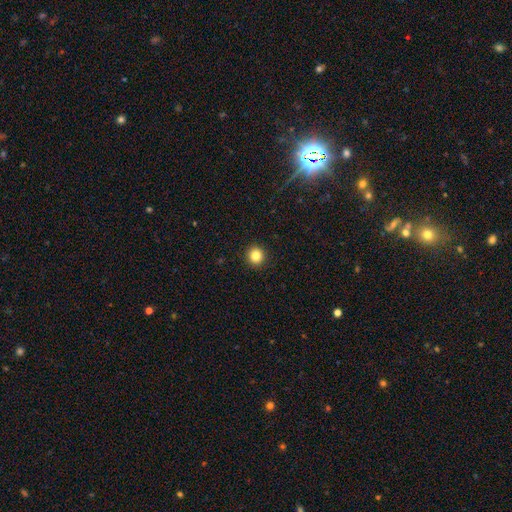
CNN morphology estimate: type=smooth (85%); roundness=round (94%); merging=none (93%).